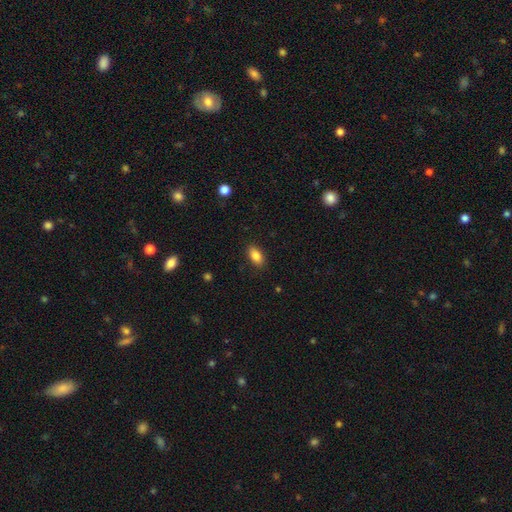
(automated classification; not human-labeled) Overall: smooth (86%). How rounded: in between (91%). Merging: none (87%).